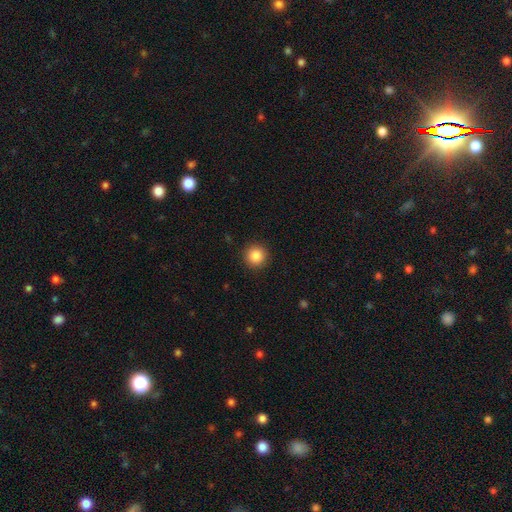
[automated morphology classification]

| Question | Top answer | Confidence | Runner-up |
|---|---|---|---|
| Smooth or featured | smooth | 86% | star or artifact (10%) |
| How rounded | round | 95% | in between (4%) |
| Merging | none | 92% | minor disturbance (5%) |